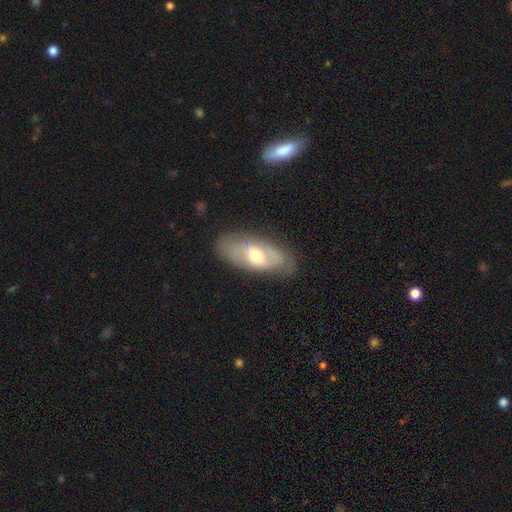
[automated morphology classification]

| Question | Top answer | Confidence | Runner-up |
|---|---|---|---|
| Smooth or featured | featured or disk | 47% | smooth (46%) |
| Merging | none | 74% | minor disturbance (18%) |